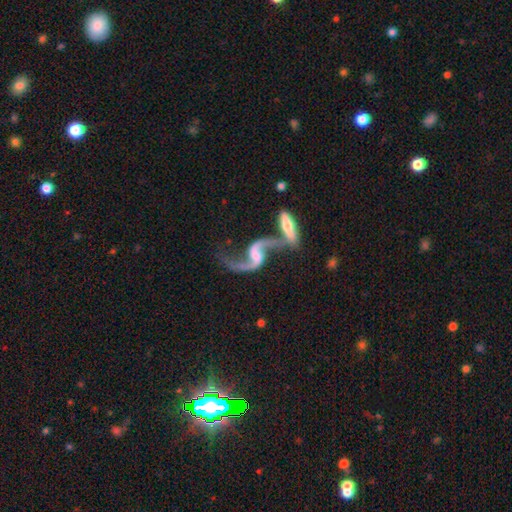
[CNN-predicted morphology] This is clearly a featured or disk galaxy (89%). It is clearly not viewed edge-on (94%). Bar: possibly weak (46%). Spiral arm pattern: clearly yes (95%). Spiral arm count: clearly 2 (92%). Spiral winding: clearly loose (91%). Central bulge: marginally small (33%). Merging: possibly merger (48%).